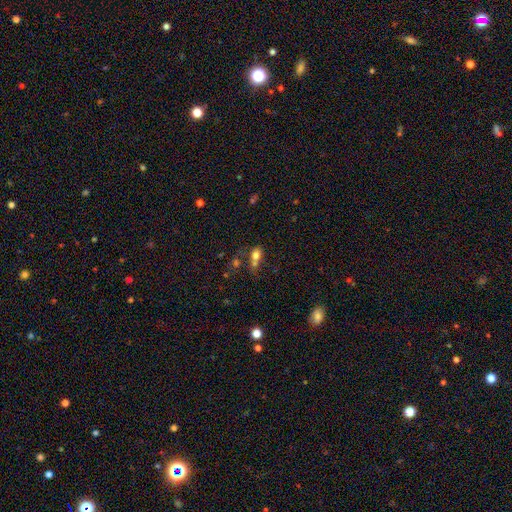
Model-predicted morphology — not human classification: The model was most divided on "merging": merger: 47%, none: 31%, minor disturbance: 13%, major disturbance: 9%. More confident: smooth or featured — smooth (74%); how rounded — in between (58%).